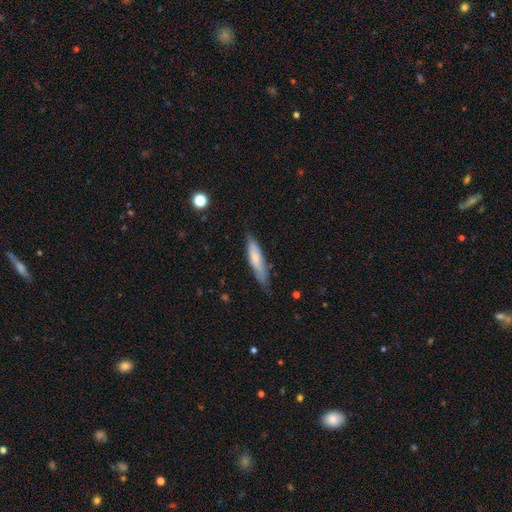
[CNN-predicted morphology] smooth-or-featured: smooth: 65% | featured or disk: 28% | star or artifact: 7%
  how-rounded: cigar-shaped: 84% | in between: 15% | round: 1%
  merging: none: 76% | minor disturbance: 19% | major disturbance: 3% | merger: 1%